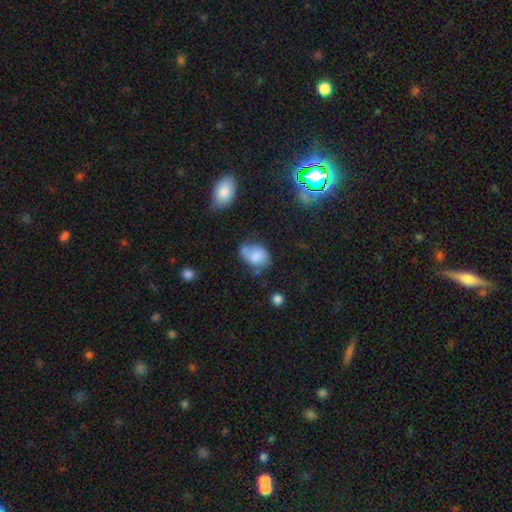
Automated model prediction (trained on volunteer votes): smooth_or_featured: smooth (p=0.65) [alt: featured or disk p=0.24]
how_rounded: in between (p=0.72) [alt: round p=0.27]
merging: none (p=0.36) [alt: minor disturbance p=0.33]